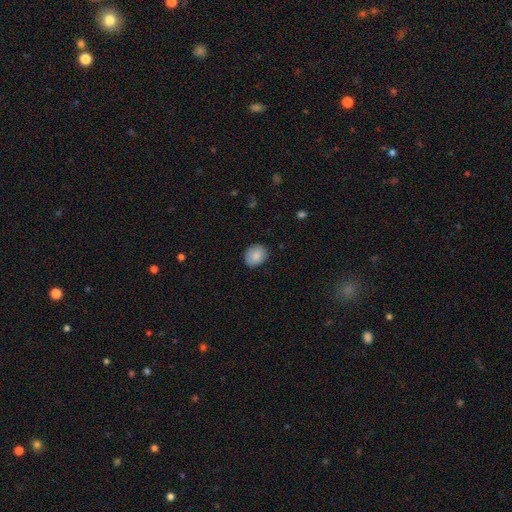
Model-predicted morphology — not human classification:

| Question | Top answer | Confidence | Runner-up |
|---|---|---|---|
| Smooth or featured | smooth | 84% | featured or disk (9%) |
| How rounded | round | 50% | in between (49%) |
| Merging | none | 84% | minor disturbance (12%) |